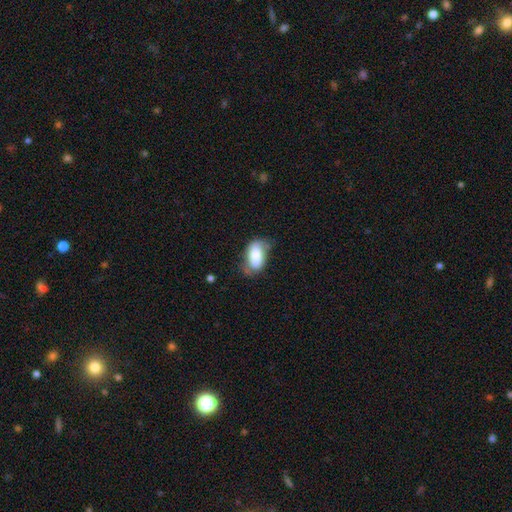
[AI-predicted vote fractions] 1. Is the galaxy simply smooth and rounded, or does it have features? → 73% smooth, 20% featured or disk, 7% star or artifact.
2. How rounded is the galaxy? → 90% in between, 5% round, 4% cigar-shaped.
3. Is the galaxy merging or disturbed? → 48% none, 36% minor disturbance, 12% major disturbance, 4% merger.